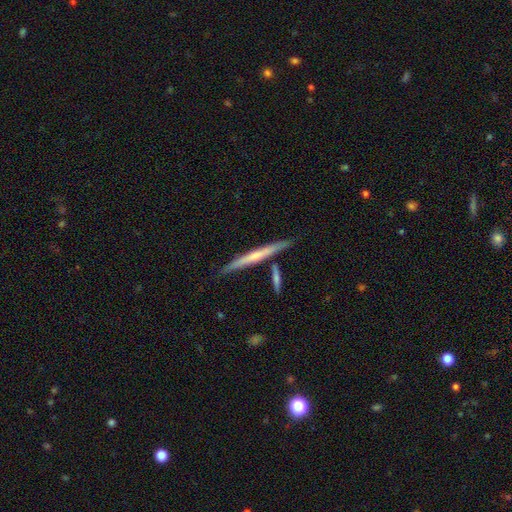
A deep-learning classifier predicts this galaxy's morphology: Smooth or featured? featured or disk (53%)
Edge-on disk? yes (95%)
Edge-on bulge? none (61%)
Merging? none (79%)